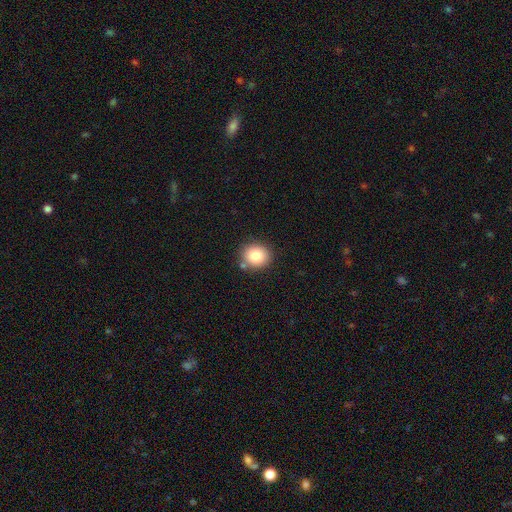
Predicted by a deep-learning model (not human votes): Smooth or featured: smooth — 83% (star or artifact — 10%)
How rounded: round — 77% (in between — 22%)
Merging: none — 80% (minor disturbance — 11%)